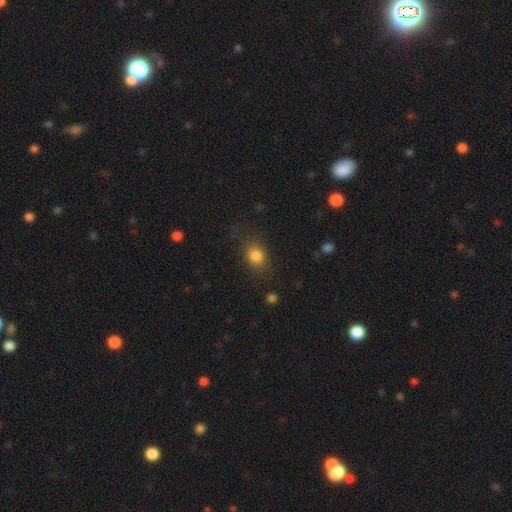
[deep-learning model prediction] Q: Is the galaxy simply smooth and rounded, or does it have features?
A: smooth — 83%.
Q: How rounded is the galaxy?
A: in between — 51%.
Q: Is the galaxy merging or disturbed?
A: none — 79%.